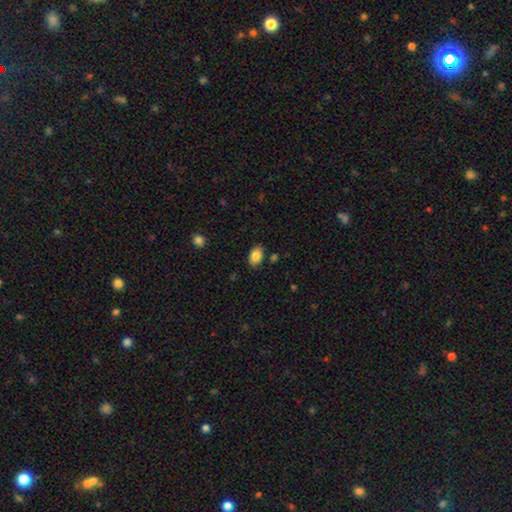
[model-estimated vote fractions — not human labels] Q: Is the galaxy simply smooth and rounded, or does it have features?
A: smooth — 85%.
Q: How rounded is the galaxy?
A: in between — 89%.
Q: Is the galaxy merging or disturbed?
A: none — 85%.